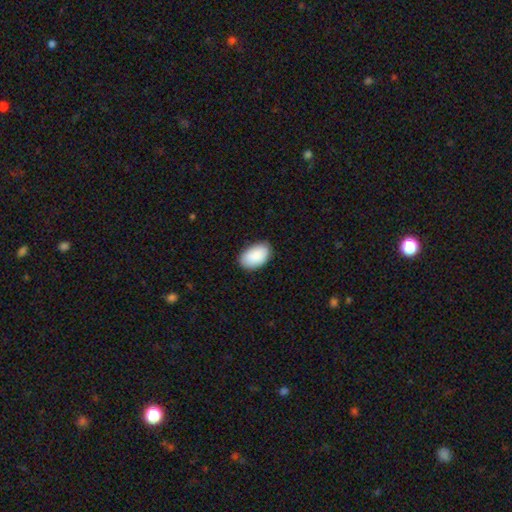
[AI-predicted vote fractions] Overall: smooth (91%). How rounded: in between (94%). Merging: none (85%).